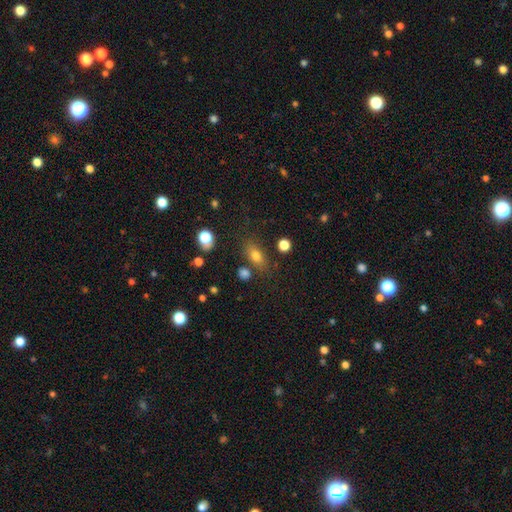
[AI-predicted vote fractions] Smooth or featured?
  - smooth: 73% *
  - star or artifact: 15%
  - featured or disk: 12%
How rounded?
  - in between: 74% *
  - round: 18%
  - cigar-shaped: 7%
Merging?
  - none: 75% *
  - minor disturbance: 14%
  - merger: 7%
  - major disturbance: 5%